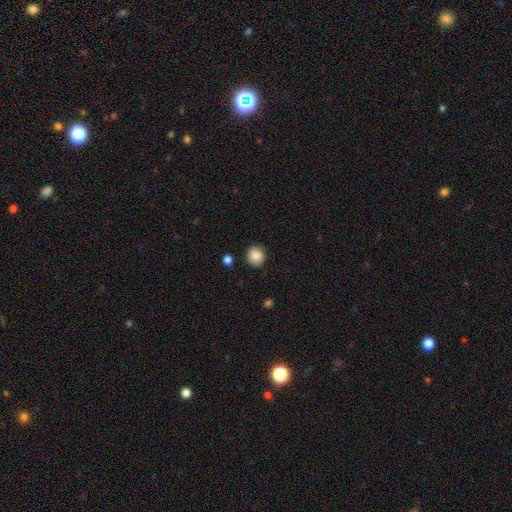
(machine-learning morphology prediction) Overall: smooth (87%). How rounded: round (87%). Merging: none (88%).